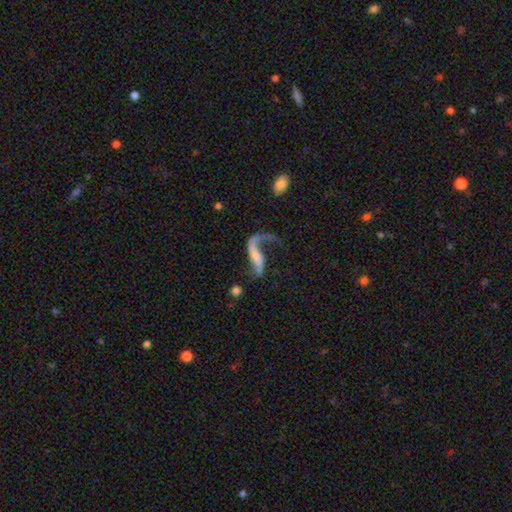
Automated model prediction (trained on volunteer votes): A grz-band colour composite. It shows a featured or disk galaxy (79%) with no bar (43%), 2 (69%) loose (92%) spiral arms (89%) and a small central bulge (39%). Merging: none (40%).